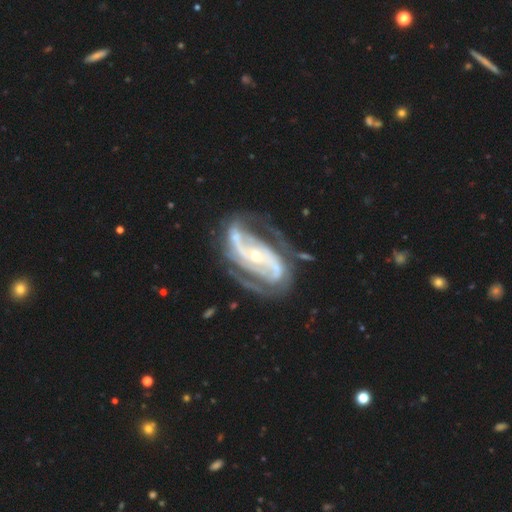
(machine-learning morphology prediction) The model was most divided on "bar": strong: 39%, no: 35%, weak: 26%. Remaining: edge-on disk — no (96%); spiral arms — yes (95%); smooth or featured — featured or disk (90%); spiral arm count — 2 (74%); bulge size — small (61%); merging — none (58%); spiral winding — medium (46%).